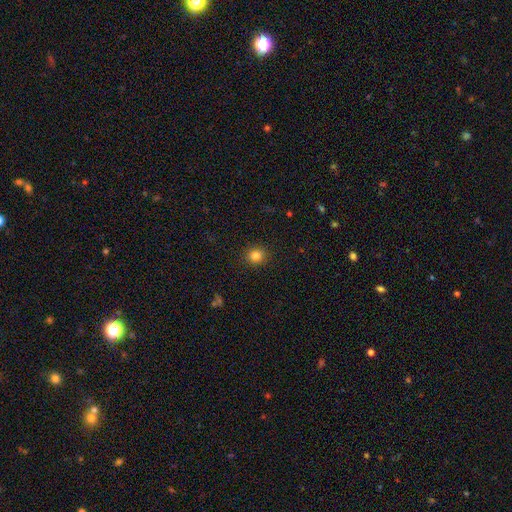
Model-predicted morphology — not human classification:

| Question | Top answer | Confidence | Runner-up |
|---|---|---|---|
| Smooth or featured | smooth | 83% | star or artifact (12%) |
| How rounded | round | 88% | in between (11%) |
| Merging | none | 91% | minor disturbance (6%) |